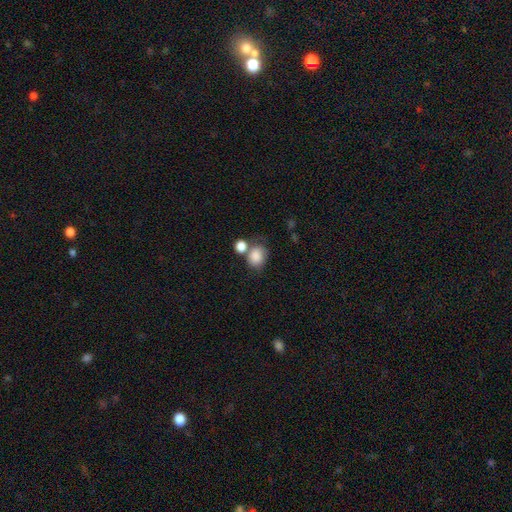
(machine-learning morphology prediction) type=smooth (83%); roundness=round (51%); merging=none (40%).